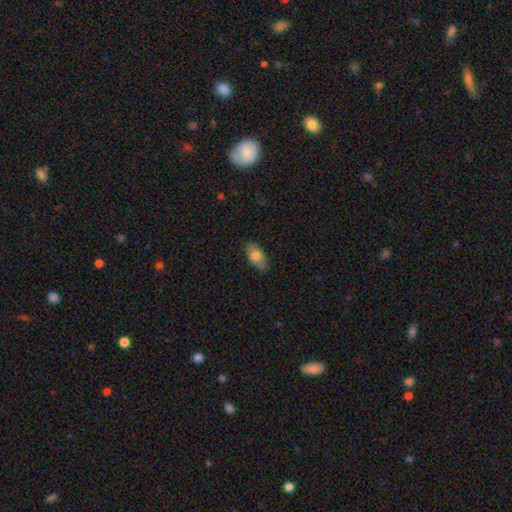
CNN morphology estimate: Q: Smooth or featured?
A: smooth (71%); runner-up: featured or disk (22%)
Q: How rounded?
A: in between (92%); runner-up: round (5%)
Q: Merging?
A: none (80%); runner-up: minor disturbance (16%)